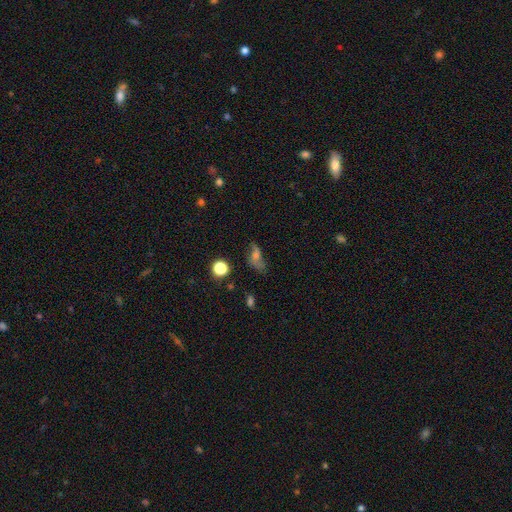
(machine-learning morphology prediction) This appears to be a smooth galaxy with no disk features (45%). Merging: none (43%).